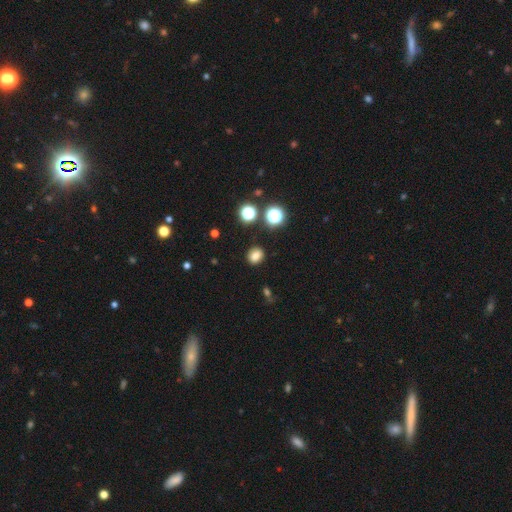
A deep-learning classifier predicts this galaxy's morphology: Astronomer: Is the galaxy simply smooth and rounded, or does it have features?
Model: smooth — 78%.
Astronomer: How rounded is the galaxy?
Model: round — 61% (runner-up: in between, 38%).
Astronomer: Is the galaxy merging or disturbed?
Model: none — 87%.